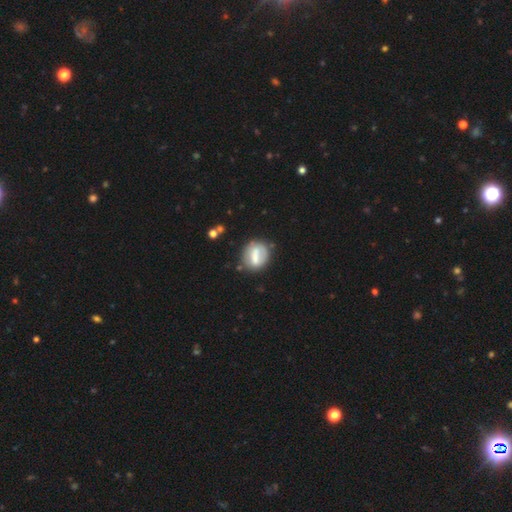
Smooth or featured: featured or disk — 53% (smooth — 39%)
Edge-on disk: no — 90% (yes — 10%)
Bar: strong — 83% (no — 11%)
Spiral arms: no — 67% (yes — 33%)
Bulge size: moderate — 33% (tied with none — 33%)
Merging: none — 63% (minor disturbance — 23%)